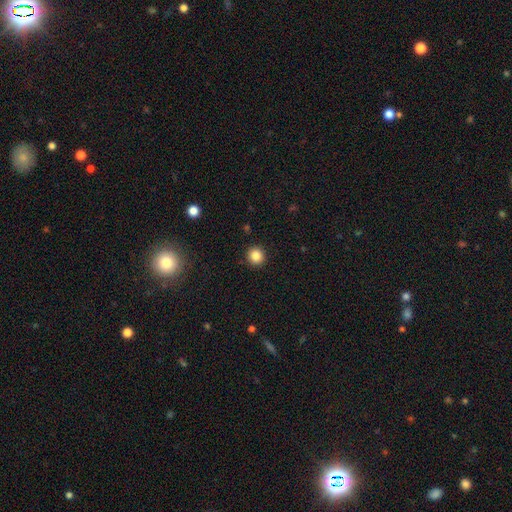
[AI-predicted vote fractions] Q: Smooth or featured?
A: smooth (85%); runner-up: star or artifact (11%)
Q: How rounded?
A: round (93%); runner-up: in between (6%)
Q: Merging?
A: none (92%); runner-up: minor disturbance (5%)